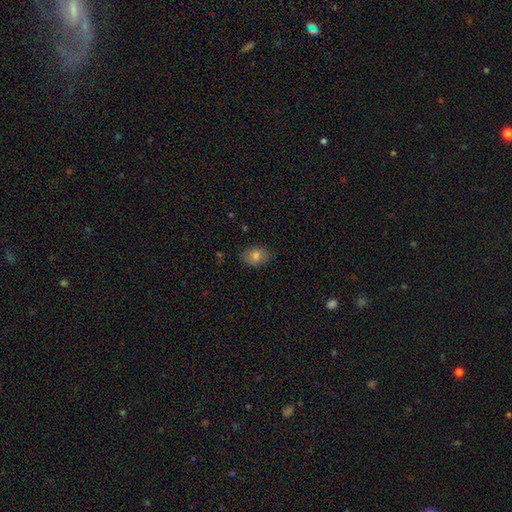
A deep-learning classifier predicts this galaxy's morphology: type=smooth (71%); roundness=in between (74%); merging=none (83%).